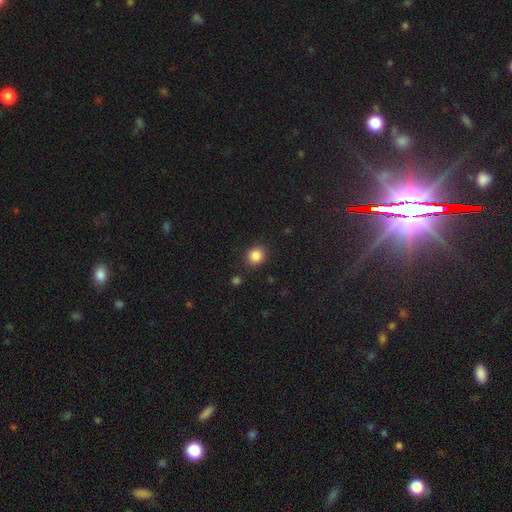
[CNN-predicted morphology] Q: Smooth or featured?
A: smooth (86%); runner-up: star or artifact (10%)
Q: How rounded?
A: round (74%); runner-up: in between (25%)
Q: Merging?
A: none (87%); runner-up: minor disturbance (9%)